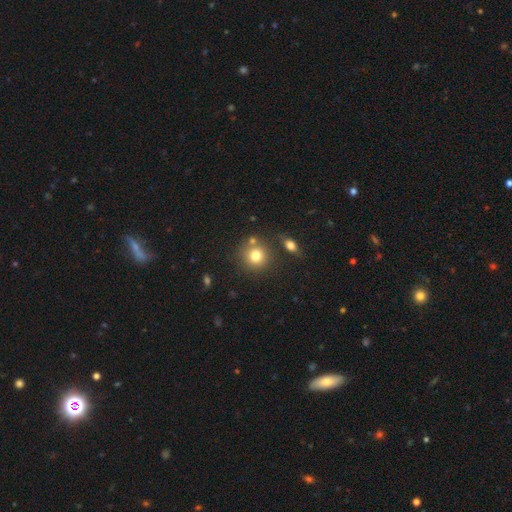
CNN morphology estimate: Overall: smooth (78%). How rounded: round (90%). Merging: none (74%).